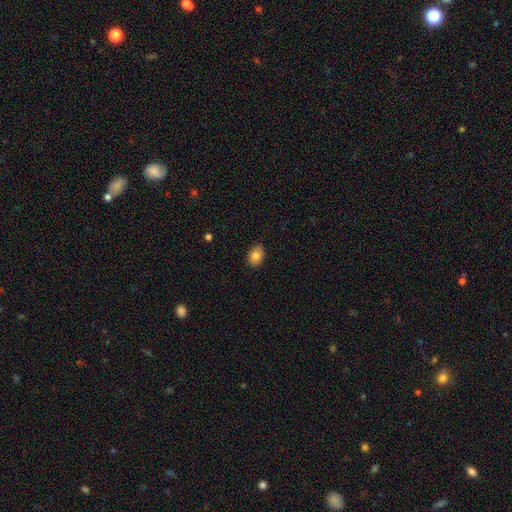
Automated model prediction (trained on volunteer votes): Overall: smooth (83%). How rounded: in between (73%). Merging: none (89%).